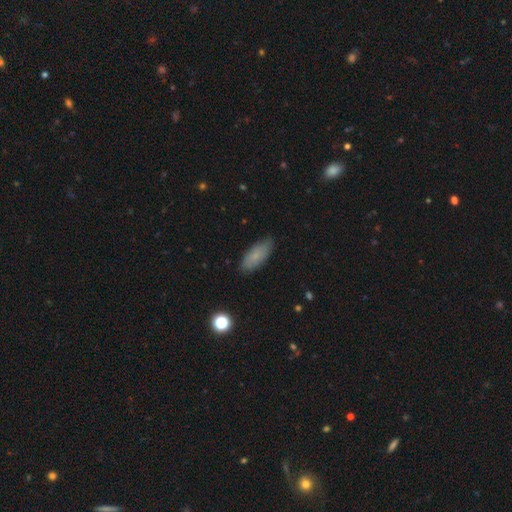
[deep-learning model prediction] Smooth or featured? smooth (78%)
How rounded? in between (79%)
Merging? none (81%)